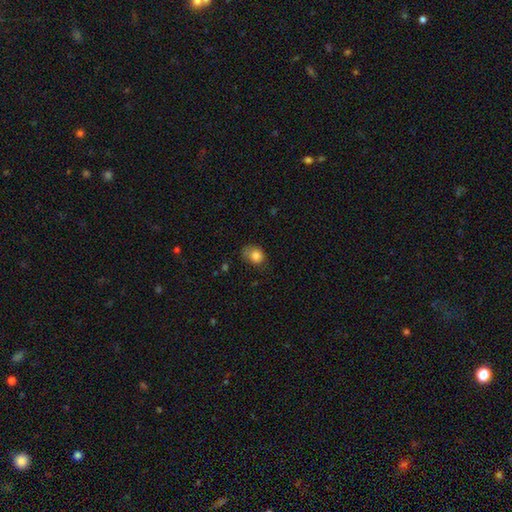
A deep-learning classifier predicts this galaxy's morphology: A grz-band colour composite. It shows a smooth galaxy with no disk features (82%) that is round (51%). Merging: none (47%).